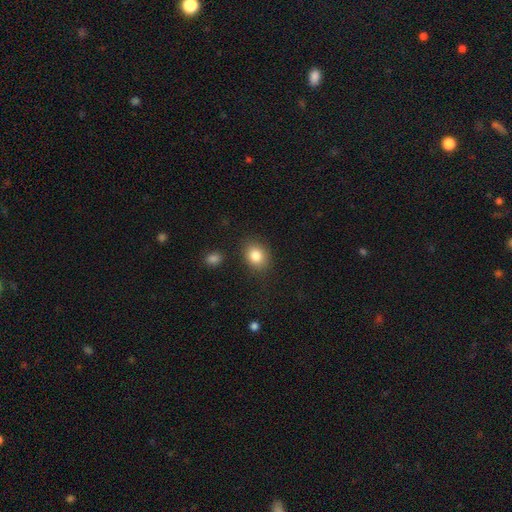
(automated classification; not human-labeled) smooth_or_featured: smooth (p=0.84) [alt: star or artifact p=0.09]
how_rounded: in between (p=0.52) [alt: round p=0.47]
merging: none (p=0.82) [alt: minor disturbance p=0.11]